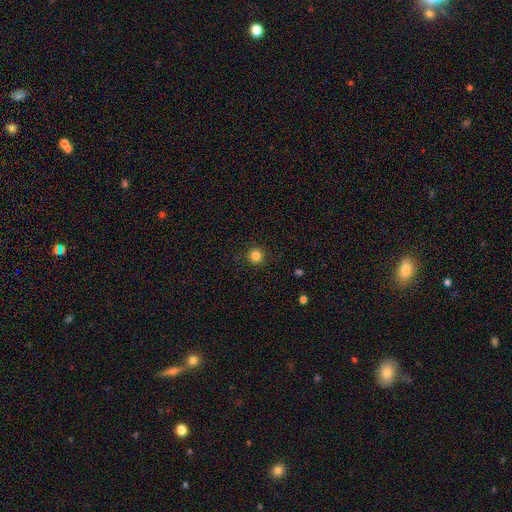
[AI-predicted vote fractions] Smooth or featured? Predicted: smooth (p=0.83). How rounded? Predicted: round (p=0.96). Merging? Predicted: none (p=0.92).